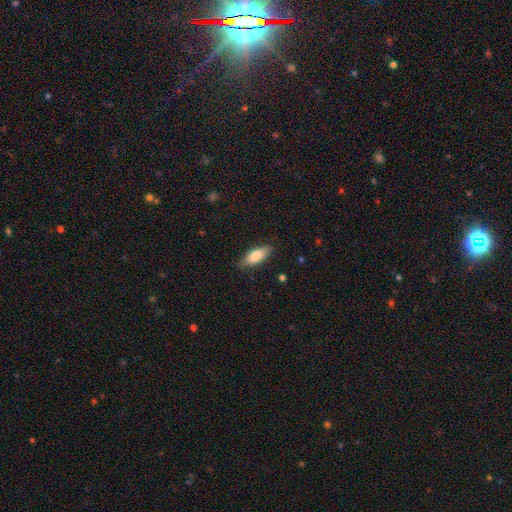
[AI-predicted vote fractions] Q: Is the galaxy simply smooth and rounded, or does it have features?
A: smooth — 78%.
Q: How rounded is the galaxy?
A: in between — 77%.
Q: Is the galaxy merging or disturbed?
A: none — 83%.